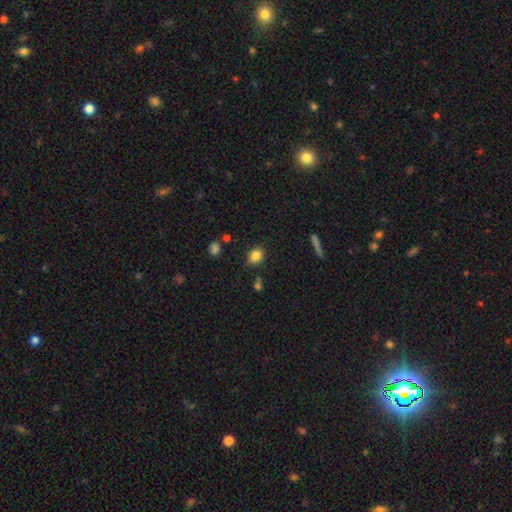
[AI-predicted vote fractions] smooth_or_featured: smooth (p=0.84) [alt: star or artifact p=0.11]
how_rounded: round (p=0.64) [alt: in between p=0.35]
merging: none (p=0.82) [alt: minor disturbance p=0.12]